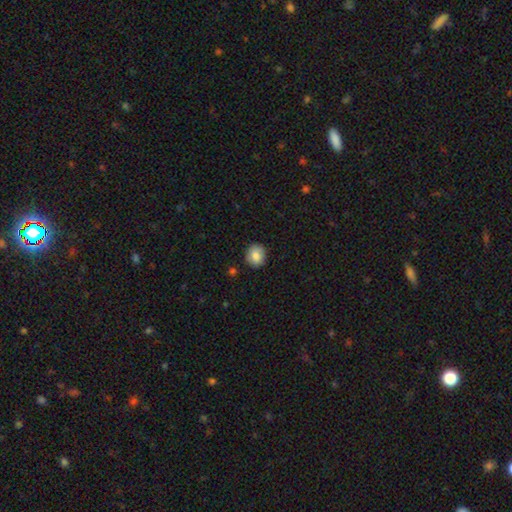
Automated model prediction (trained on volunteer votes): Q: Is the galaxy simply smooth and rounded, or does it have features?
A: smooth — 84%.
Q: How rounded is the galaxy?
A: round — 79%.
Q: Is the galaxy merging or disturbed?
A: none — 87%.